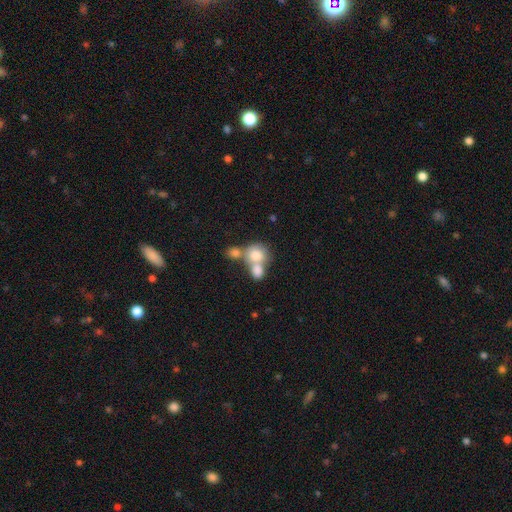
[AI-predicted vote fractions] Q: Smooth or featured?
A: smooth (77%); runner-up: featured or disk (15%)
Q: How rounded?
A: round (65%); runner-up: in between (34%)
Q: Merging?
A: merger (62%); runner-up: none (25%)